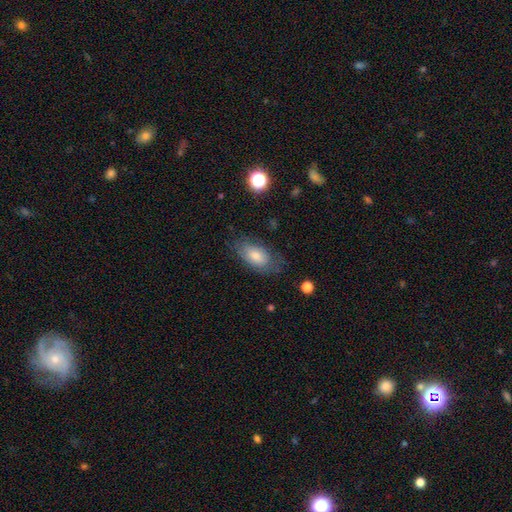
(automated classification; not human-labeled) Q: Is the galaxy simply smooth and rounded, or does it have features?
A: smooth — 64%.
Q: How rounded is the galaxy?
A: in between — 90%.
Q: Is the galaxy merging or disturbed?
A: none — 71%.